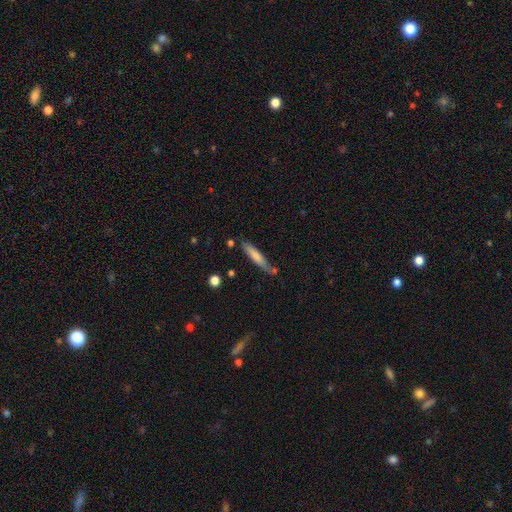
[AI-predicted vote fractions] smooth-or-featured: smooth: 67% | featured or disk: 27% | star or artifact: 6%
  how-rounded: cigar-shaped: 89% | in between: 9% | round: 1%
  merging: none: 67% | minor disturbance: 20% | merger: 9% | major disturbance: 5%